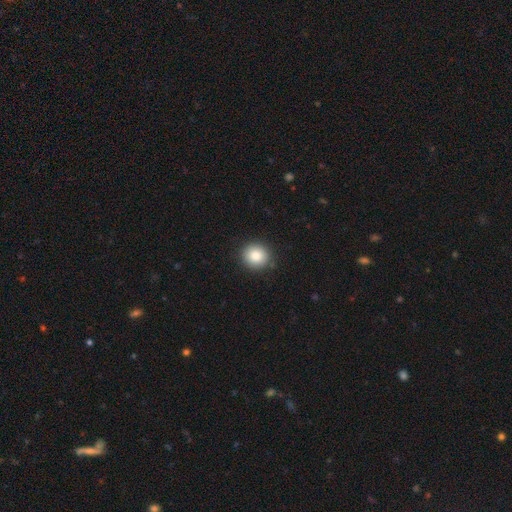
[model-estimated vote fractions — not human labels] smooth_or_featured: smooth (p=0.85) [alt: star or artifact p=0.09]
how_rounded: round (p=0.90) [alt: in between p=0.09]
merging: none (p=0.89) [alt: minor disturbance p=0.08]